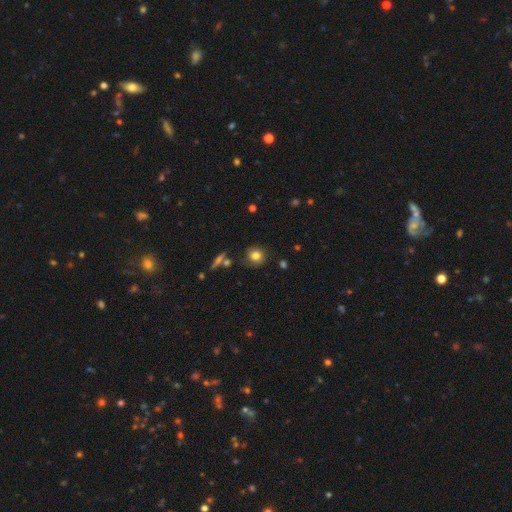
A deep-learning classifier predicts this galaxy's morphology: Smooth or featured? smooth (79%)
How rounded? round (84%)
Merging? none (82%)